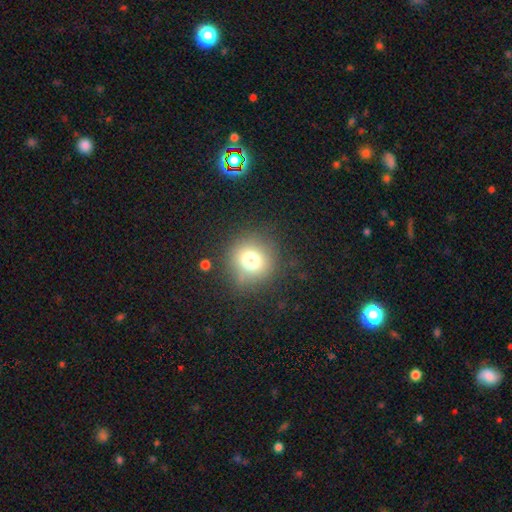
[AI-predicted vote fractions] smooth-or-featured: smooth: 62% | star or artifact: 27% | featured or disk: 11%
  how-rounded: round: 91% | in between: 8% | cigar-shaped: 1%
  merging: none: 88% | minor disturbance: 7% | major disturbance: 3% | merger: 2%